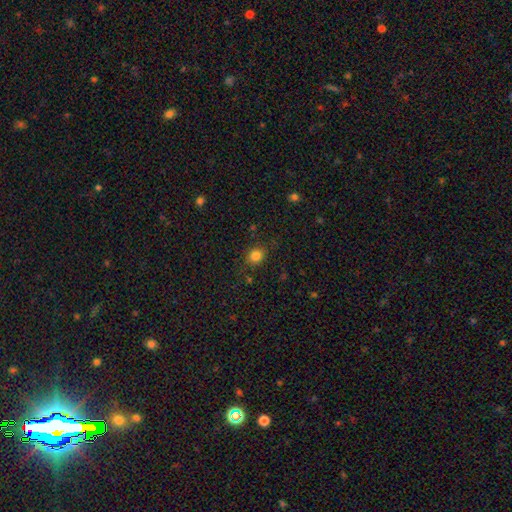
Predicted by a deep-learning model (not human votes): Smooth or featured: smooth — 82% (star or artifact — 13%)
How rounded: round — 66% (in between — 33%)
Merging: none — 83% (minor disturbance — 12%)